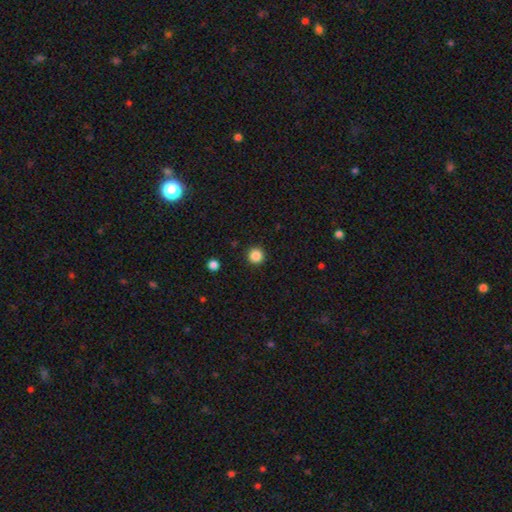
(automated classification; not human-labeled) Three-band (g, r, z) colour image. It shows a smooth galaxy with no disk features (86%) that is round (95%). Merging: none (93%).